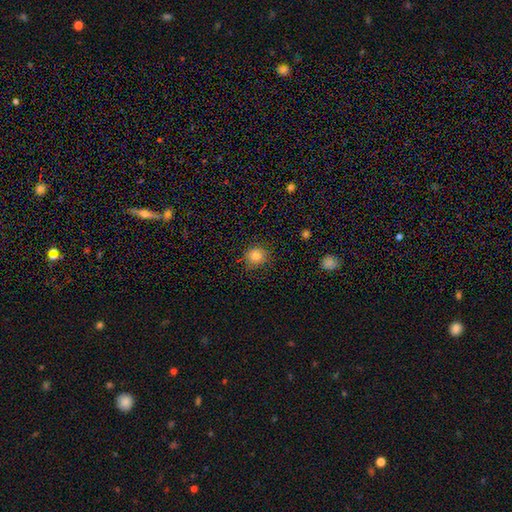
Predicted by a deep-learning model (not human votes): This is clearly a smooth galaxy (82%). How rounded: clearly round (88%). Merging: clearly none (83%).